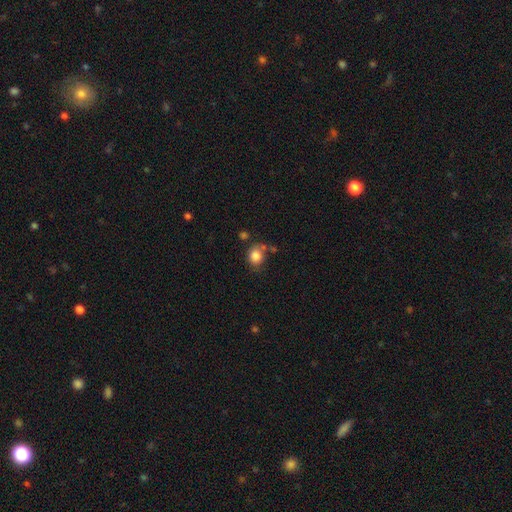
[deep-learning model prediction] Smooth or featured? Predicted: smooth (p=0.83). How rounded? Predicted: round (p=0.73). Merging? Predicted: none (p=0.60).